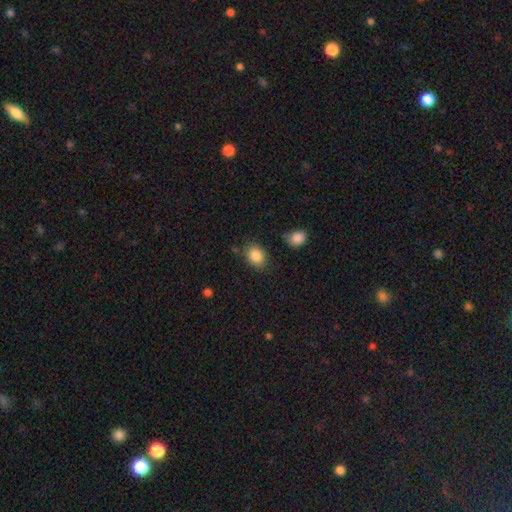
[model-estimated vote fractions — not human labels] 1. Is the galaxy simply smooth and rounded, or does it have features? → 86% smooth, 8% star or artifact, 5% featured or disk.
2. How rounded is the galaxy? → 61% in between, 38% round, 1% cigar-shaped.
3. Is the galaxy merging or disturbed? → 77% none, 15% minor disturbance, 4% merger, 4% major disturbance.